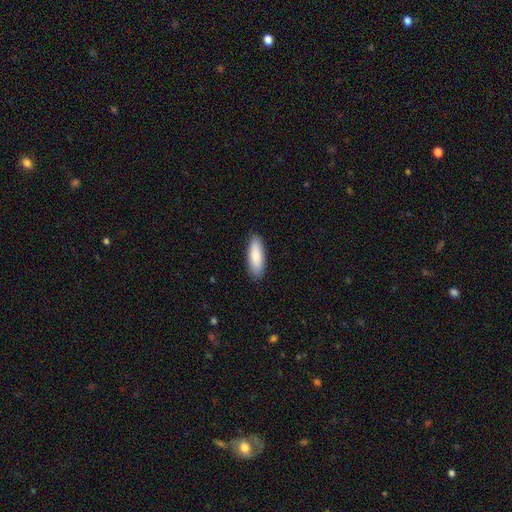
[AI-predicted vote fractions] smooth 87%, featured or disk 8%, star or artifact 5%. Down the decision tree: how rounded — in between (56%); merging — none (88%).